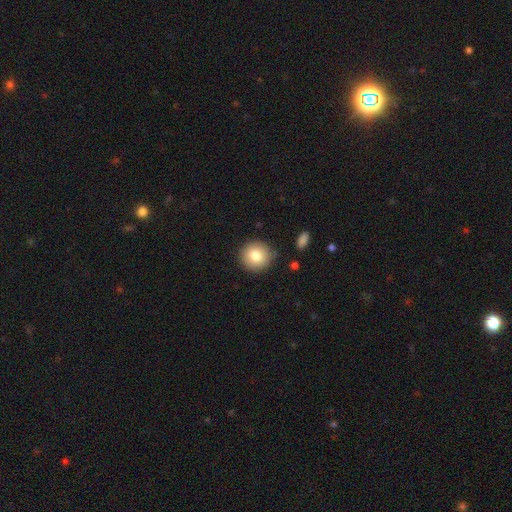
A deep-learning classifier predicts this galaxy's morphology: A smooth galaxy with no disk features (81%) that is round (92%).

Vote fractions:
- Smooth or featured? smooth: 81% / featured or disk: 10% / star or artifact: 9%
- How rounded? round: 92% / in between: 7% / cigar-shaped: 1%
- Merging? none: 87% / minor disturbance: 9% / major disturbance: 2% / merger: 2%